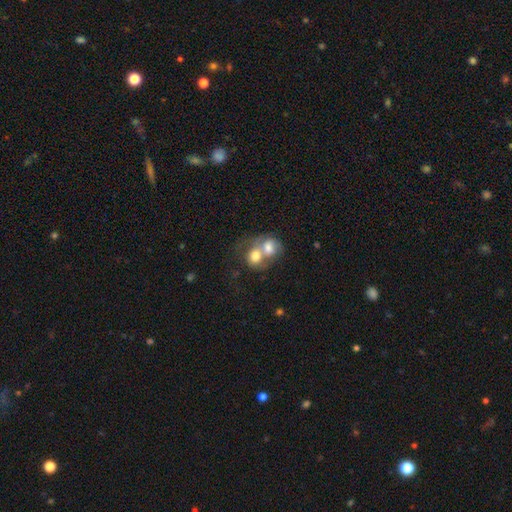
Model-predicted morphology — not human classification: A smooth galaxy with no disk features (65%) that is round (58%).

Vote fractions:
- Smooth or featured? smooth: 65% / featured or disk: 28% / star or artifact: 7%
- How rounded? round: 58% / in between: 41% / cigar-shaped: 1%
- Merging? merger: 81% / none: 10% / major disturbance: 5% / minor disturbance: 5%